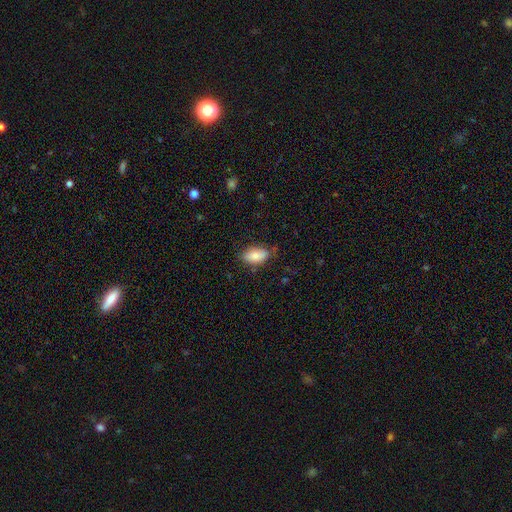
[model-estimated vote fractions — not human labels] Smooth or featured?
  - smooth: 82% *
  - featured or disk: 11%
  - star or artifact: 7%
How rounded?
  - in between: 92% *
  - round: 5%
  - cigar-shaped: 3%
Merging?
  - none: 74% *
  - minor disturbance: 21%
  - major disturbance: 4%
  - merger: 2%